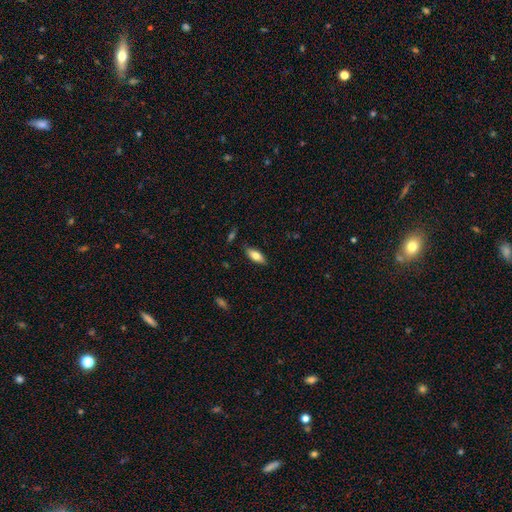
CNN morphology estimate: A smooth galaxy with no disk features (74%) that is in between round and cigar-shaped (79%).

Vote fractions:
- Smooth or featured? smooth: 74% / featured or disk: 19% / star or artifact: 6%
- How rounded? in between: 79% / cigar-shaped: 19% / round: 2%
- Merging? none: 84% / minor disturbance: 12% / major disturbance: 2% / merger: 2%